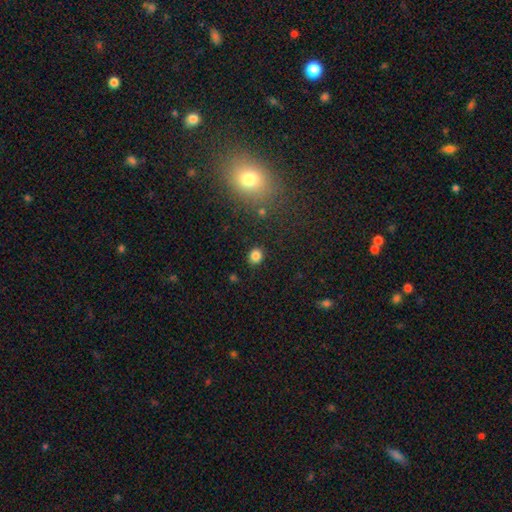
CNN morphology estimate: The model was most divided on "how rounded": round: 72%, in between: 27%, cigar-shaped: 1%. More confident: merging — none (88%); smooth or featured — smooth (83%).